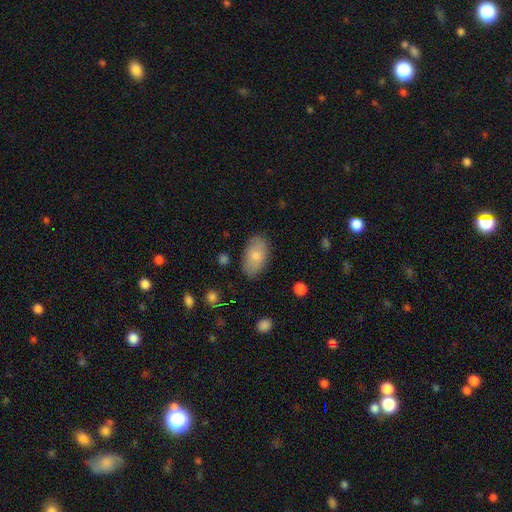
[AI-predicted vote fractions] Morphology: type=smooth (78%); roundness=in between (94%); merging=none (82%).